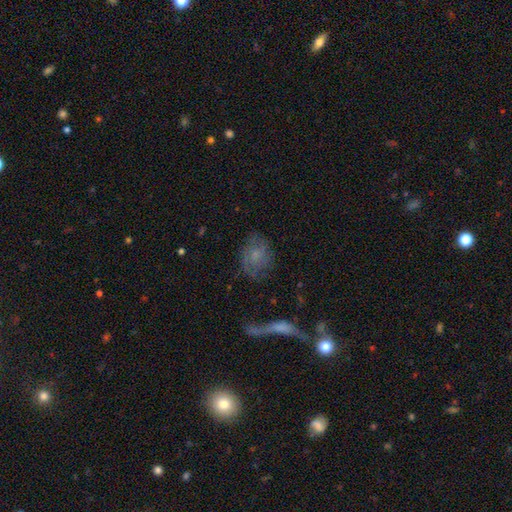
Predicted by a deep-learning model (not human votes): A featured or disk galaxy (45%).

Vote fractions:
- Smooth or featured? featured or disk: 45% / smooth: 43% / star or artifact: 12%
- Merging? none: 62% / minor disturbance: 20% / major disturbance: 13% / merger: 4%